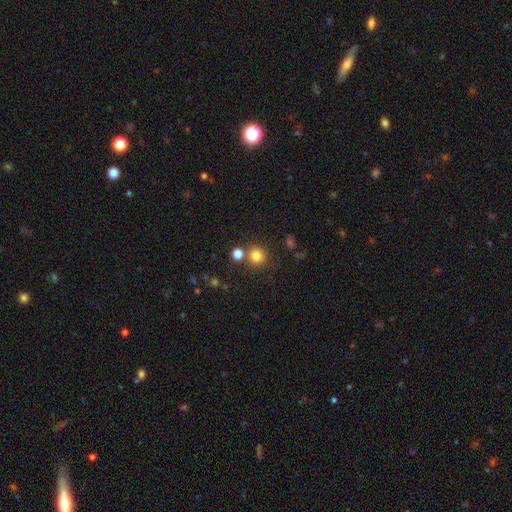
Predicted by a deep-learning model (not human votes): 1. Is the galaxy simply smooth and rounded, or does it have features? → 80% smooth, 14% star or artifact, 6% featured or disk.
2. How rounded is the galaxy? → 92% round, 7% in between, 1% cigar-shaped.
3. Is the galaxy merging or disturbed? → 78% none, 12% merger, 8% minor disturbance, 3% major disturbance.